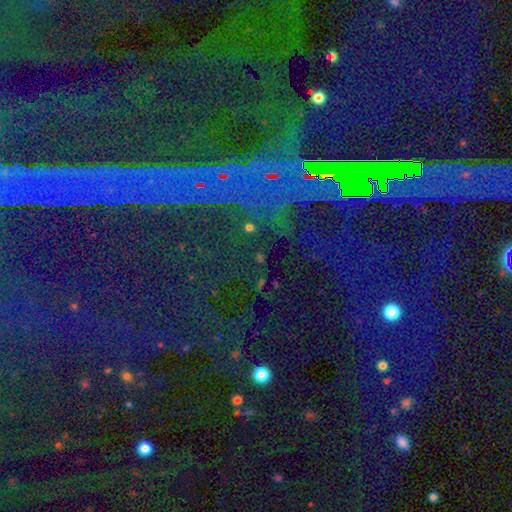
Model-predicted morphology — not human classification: type=star or artifact (88%).